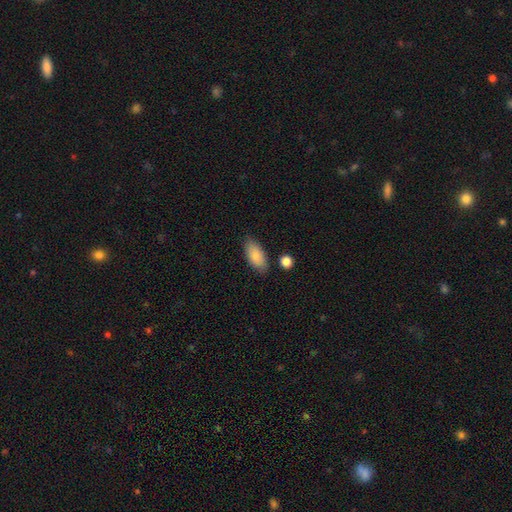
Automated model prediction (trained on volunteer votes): Q: Smooth or featured?
A: smooth (86%); runner-up: featured or disk (8%)
Q: How rounded?
A: in between (89%); runner-up: cigar-shaped (9%)
Q: Merging?
A: none (81%); runner-up: minor disturbance (13%)